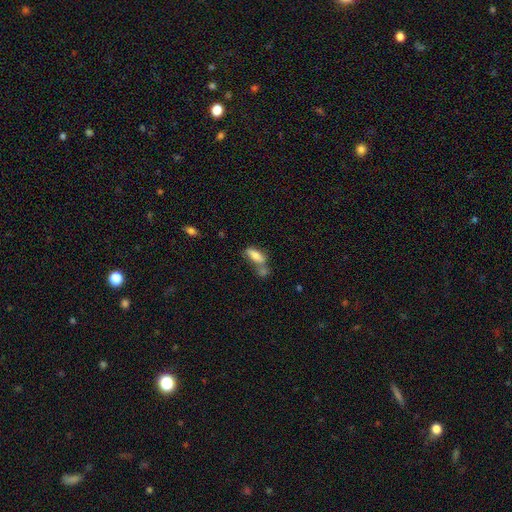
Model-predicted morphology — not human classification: A smooth galaxy with no disk features (78%) that is in between round and cigar-shaped (71%).

Vote fractions:
- Smooth or featured? smooth: 78% / featured or disk: 14% / star or artifact: 8%
- How rounded? in between: 71% / cigar-shaped: 26% / round: 3%
- Merging? merger: 41% / none: 36% / minor disturbance: 15% / major disturbance: 8%